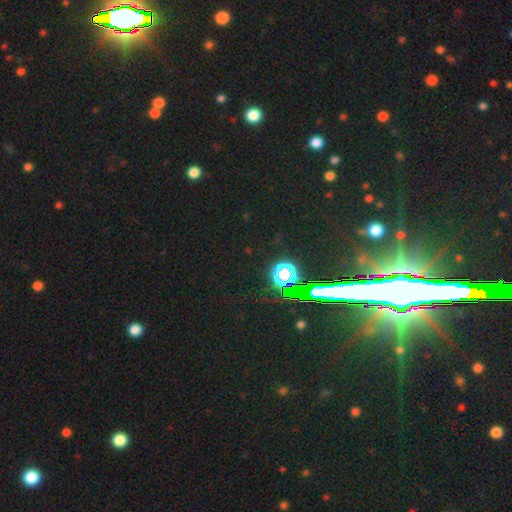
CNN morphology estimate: This appears to be a star or artifact, not a galaxy (82%).